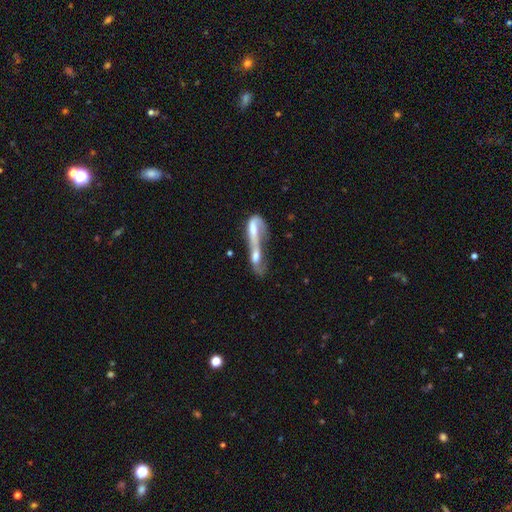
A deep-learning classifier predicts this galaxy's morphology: The model was most divided on "smooth or featured": featured or disk: 49%, smooth: 41%, star or artifact: 9%. More confident: merging — merger (79%).